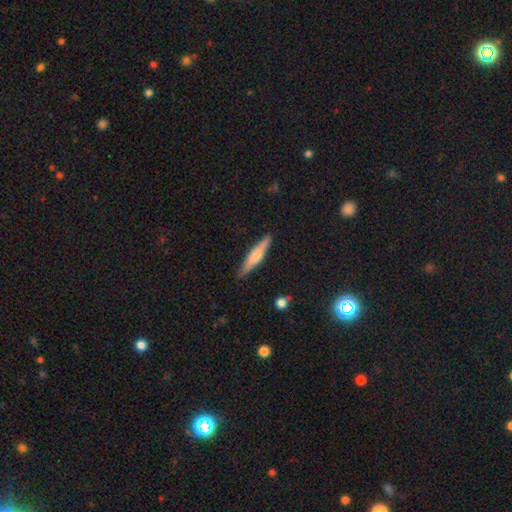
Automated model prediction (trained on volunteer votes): Smooth or featured? smooth (50%)
Merging? none (89%)